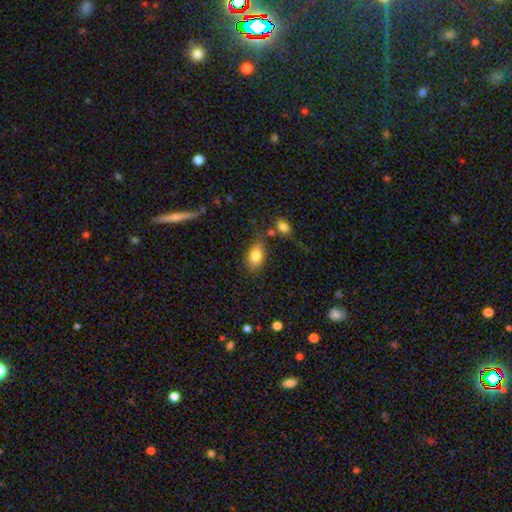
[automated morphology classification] Smooth or featured: smooth — 82% (featured or disk — 9%)
How rounded: in between — 84% (round — 14%)
Merging: none — 68% (minor disturbance — 18%)